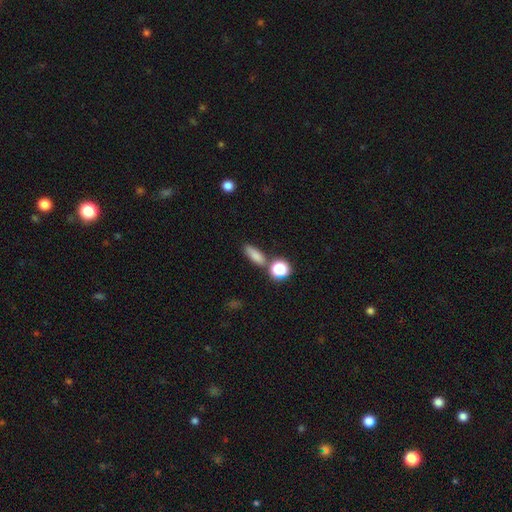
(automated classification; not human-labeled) Morphology: type=smooth (80%); roundness=in between (52%); merging=none (69%).